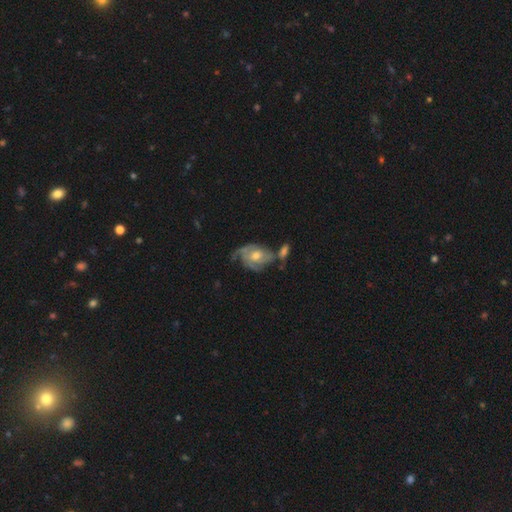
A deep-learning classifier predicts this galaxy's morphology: A featured or disk galaxy (76%) with no bar (70%), tight (47%) spiral arms (86%) and a moderate central bulge (67%). Merging: none (38%).